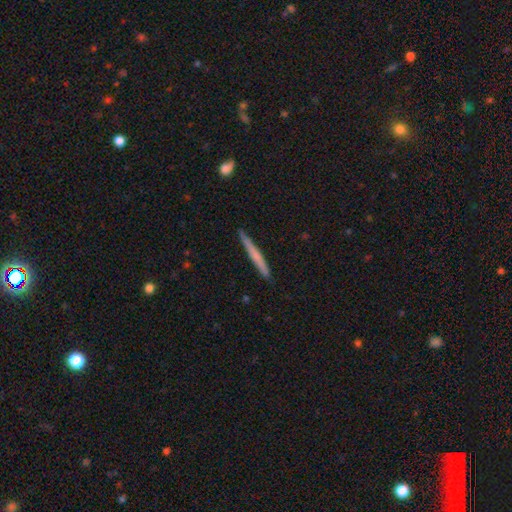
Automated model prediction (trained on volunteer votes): smooth 57%, featured or disk 37%, star or artifact 6%. Down the decision tree: how rounded — cigar-shaped (97%); merging — none (90%).